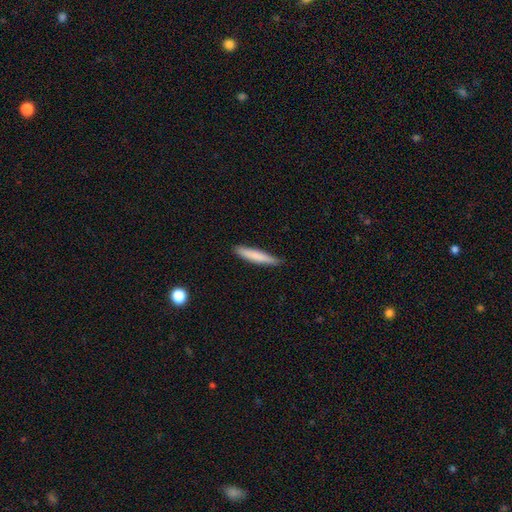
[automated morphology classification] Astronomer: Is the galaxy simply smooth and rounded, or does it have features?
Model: smooth — 78%.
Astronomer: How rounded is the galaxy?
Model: cigar-shaped — 92%.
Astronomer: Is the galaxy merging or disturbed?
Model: none — 86%.